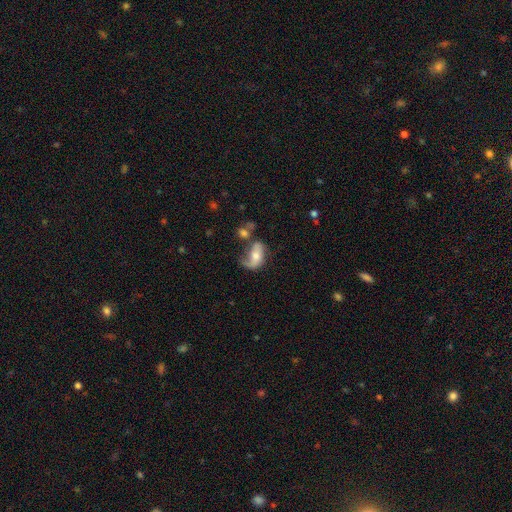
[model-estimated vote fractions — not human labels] Smooth or featured: featured or disk — 54% (smooth — 38%)
Edge-on disk: no — 94% (yes — 6%)
Bar: no — 58% (weak — 30%)
Spiral arms: yes — 78% (no — 22%)
Bulge size: moderate — 59% (small — 28%)
Merging: none — 33% (major disturbance — 26%)